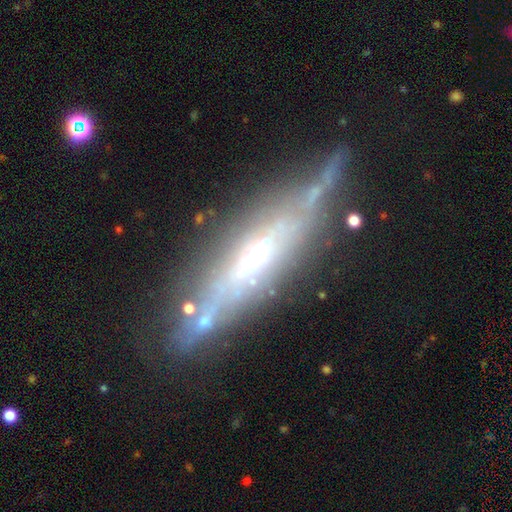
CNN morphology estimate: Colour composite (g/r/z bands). It shows a featured or disk galaxy (80%) viewed edge-on (73%) with a rounded central bulge (66%). Merging: none (70%).